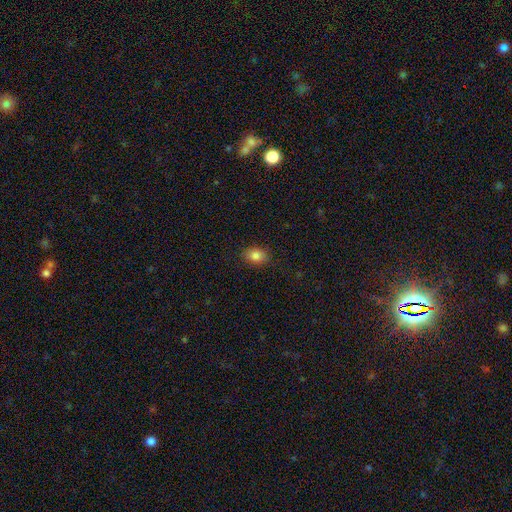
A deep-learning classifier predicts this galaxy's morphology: A smooth galaxy with no disk features (83%) that is in between round and cigar-shaped (62%). Merging: none (87%).